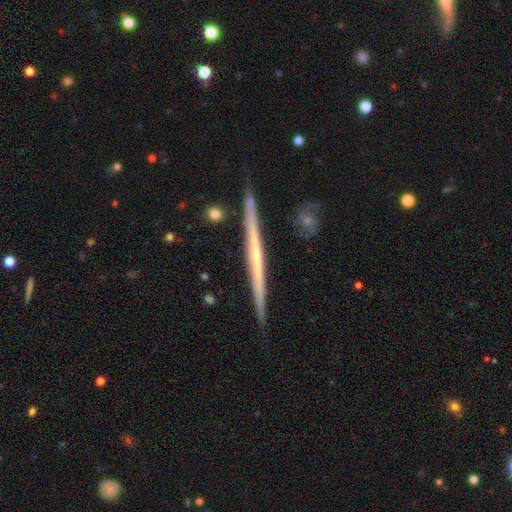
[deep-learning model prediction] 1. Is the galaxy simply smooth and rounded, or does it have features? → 69% featured or disk, 26% smooth, 5% star or artifact.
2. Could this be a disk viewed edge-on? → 98% yes, 2% no.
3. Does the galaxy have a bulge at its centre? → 80% none, 16% rounded, 4% boxy.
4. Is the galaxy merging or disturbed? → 88% none, 8% minor disturbance, 2% merger, 1% major disturbance.